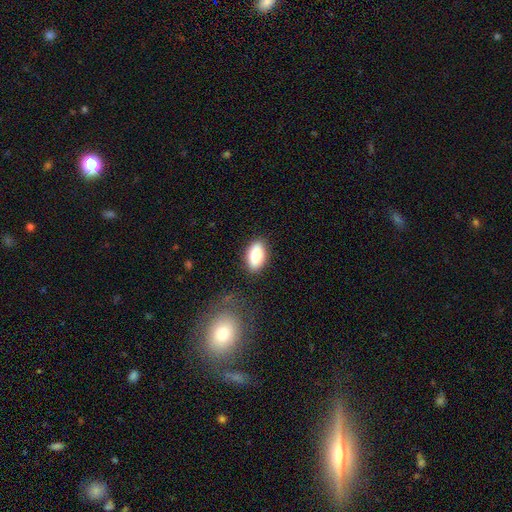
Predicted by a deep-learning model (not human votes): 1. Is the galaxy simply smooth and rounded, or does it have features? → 81% smooth, 12% featured or disk, 8% star or artifact.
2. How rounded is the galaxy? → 91% in between, 5% round, 4% cigar-shaped.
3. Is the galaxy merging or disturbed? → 86% none, 10% minor disturbance, 3% major disturbance, 2% merger.